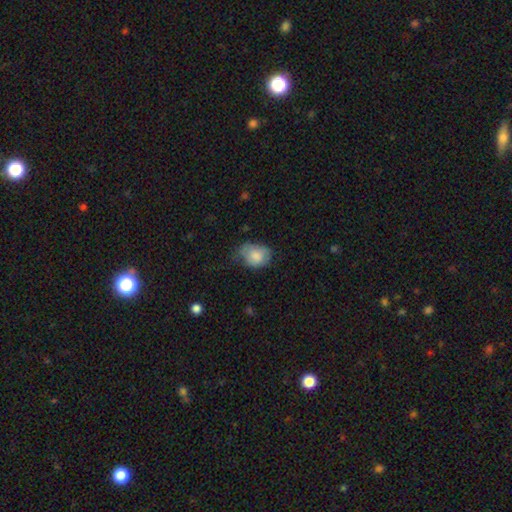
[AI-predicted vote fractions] The model was most divided on "merging": none: 43%, minor disturbance: 38%, major disturbance: 16%, merger: 2%. More confident: smooth or featured — smooth (78%); how rounded — in between (63%).